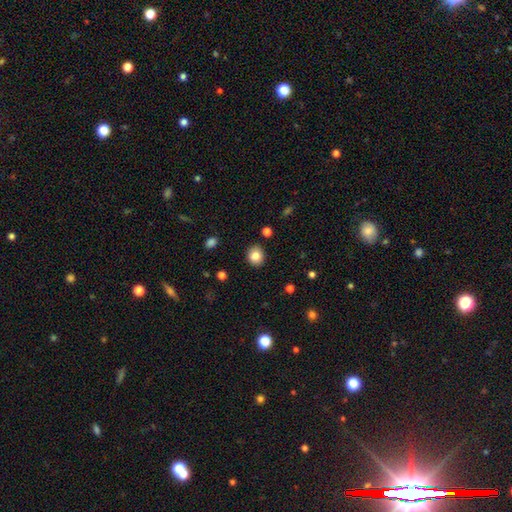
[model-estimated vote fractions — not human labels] This appears to be a smooth galaxy with no disk features (83%) that is round (69%). Merging: none (89%).